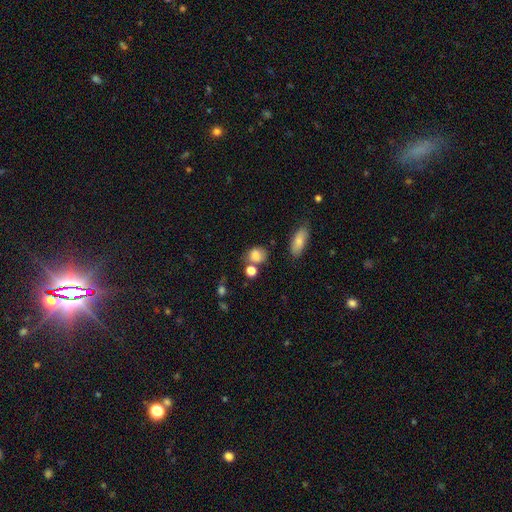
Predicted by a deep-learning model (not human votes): A smooth galaxy with no disk features (80%) that is round (56%).

Vote fractions:
- Smooth or featured? smooth: 80% / star or artifact: 11% / featured or disk: 9%
- How rounded? round: 56% / in between: 42% / cigar-shaped: 2%
- Merging? none: 57% / merger: 18% / minor disturbance: 18% / major disturbance: 7%